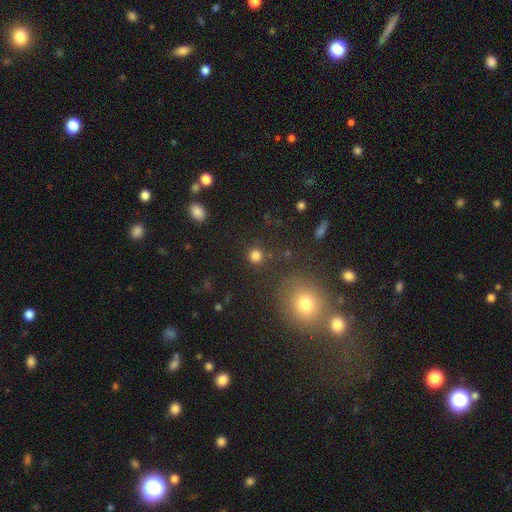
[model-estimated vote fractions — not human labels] Smooth or featured?
  - smooth: 81% *
  - star or artifact: 15%
  - featured or disk: 4%
How rounded?
  - round: 91% *
  - in between: 8%
  - cigar-shaped: 1%
Merging?
  - none: 86% *
  - minor disturbance: 7%
  - merger: 4%
  - major disturbance: 3%